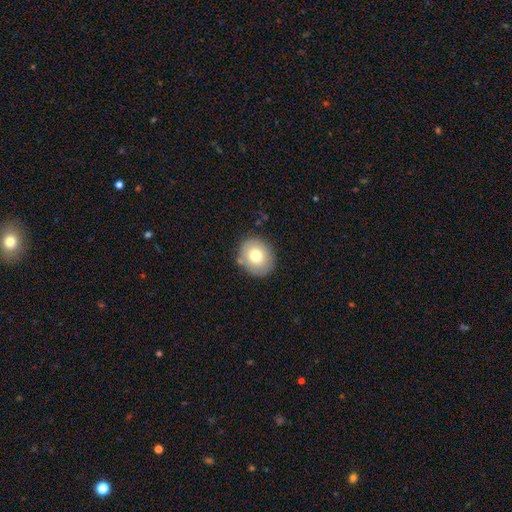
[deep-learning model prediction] smooth_or_featured: smooth (p=0.76) [alt: featured or disk p=0.15]
how_rounded: round (p=0.69) [alt: in between p=0.30]
merging: none (p=0.83) [alt: minor disturbance p=0.11]